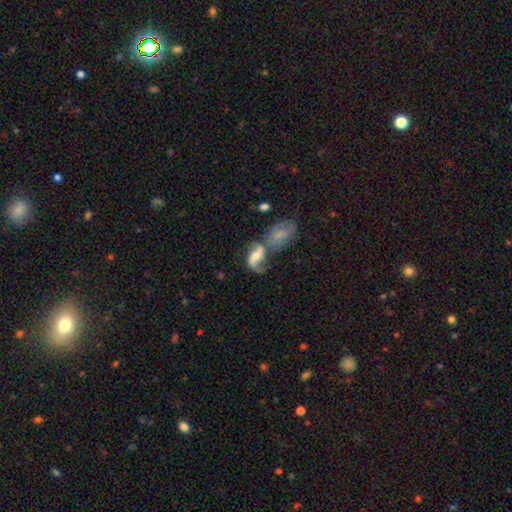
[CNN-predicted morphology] Q: Smooth or featured?
A: featured or disk (72%); runner-up: smooth (20%)
Q: Edge-on disk?
A: no (96%); runner-up: yes (4%)
Q: Bar?
A: weak (41%); runner-up: no (38%)
Q: Spiral arms?
A: yes (89%); runner-up: no (11%)
Q: Spiral winding?
A: loose (68%); runner-up: medium (26%)
Q: Spiral arm count?
A: 2 (77%); runner-up: 1 (15%)
Q: Bulge size?
A: moderate (55%); runner-up: small (27%)
Q: Merging?
A: merger (49%); runner-up: none (26%)